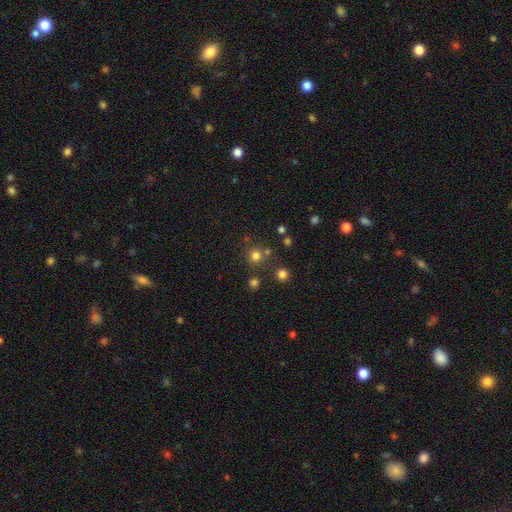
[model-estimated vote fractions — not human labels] smooth 74%, star or artifact 19%, featured or disk 7%. Down the decision tree: how rounded — round (93%); merging — none (76%).